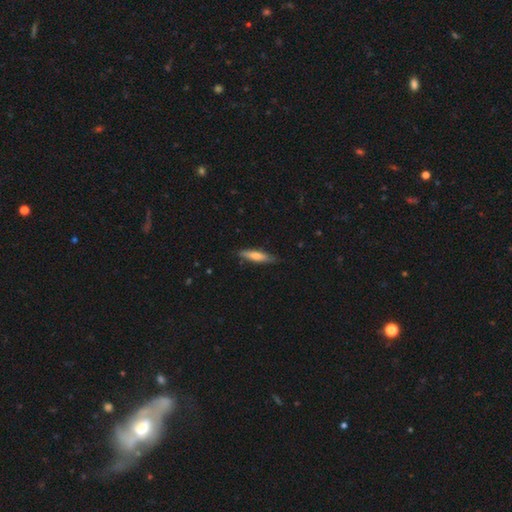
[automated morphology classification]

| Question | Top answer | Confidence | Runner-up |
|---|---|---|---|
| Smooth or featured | smooth | 64% | featured or disk (30%) |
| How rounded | cigar-shaped | 81% | in between (18%) |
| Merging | none | 82% | minor disturbance (14%) |